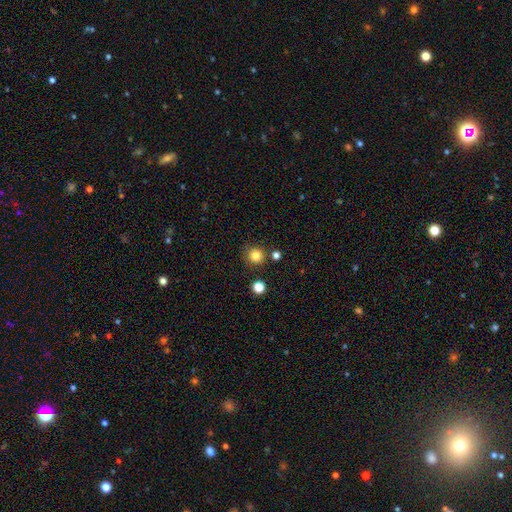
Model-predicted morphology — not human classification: Smooth or featured? Predicted: smooth (p=0.82). How rounded? Predicted: round (p=0.94). Merging? Predicted: none (p=0.84).